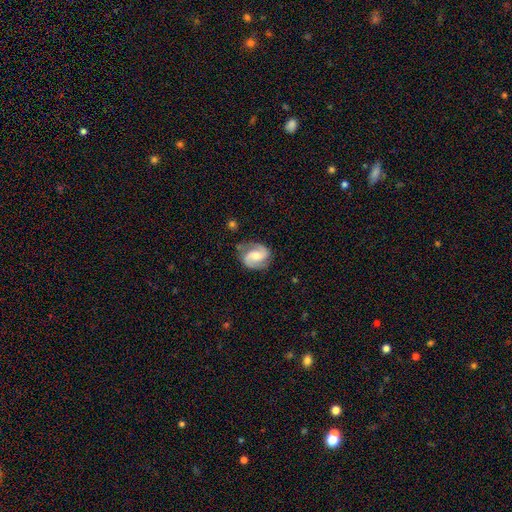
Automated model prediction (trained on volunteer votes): This is clearly a featured or disk galaxy (84%). It is clearly not viewed edge-on (98%). Bar: marginally weak (44%). Spiral arm pattern: clearly yes (97%). Spiral arm count: clearly 2 (93%). Spiral winding: possibly medium (53%). Central bulge: likely moderate (62%). Merging: likely none (79%).